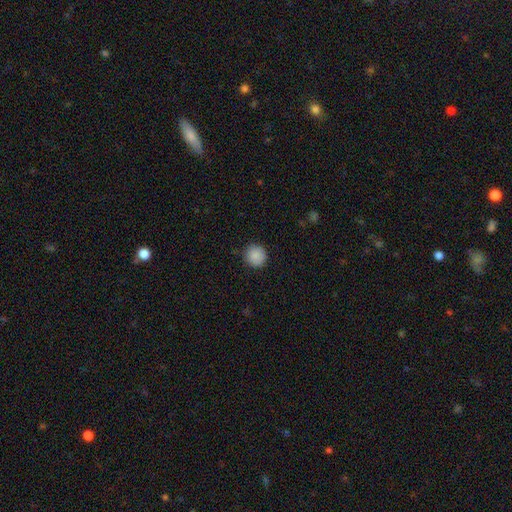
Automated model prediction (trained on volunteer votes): smooth_or_featured: smooth (p=0.88) [alt: star or artifact p=0.08]
how_rounded: round (p=0.95) [alt: in between p=0.04]
merging: none (p=0.90) [alt: minor disturbance p=0.07]